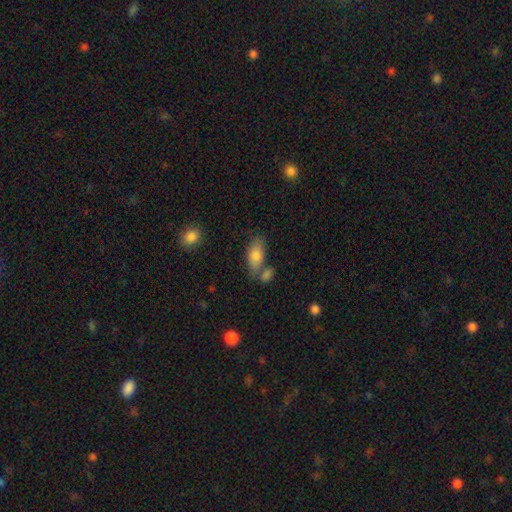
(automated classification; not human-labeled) smooth_or_featured: smooth (p=0.80) [alt: featured or disk p=0.12]
how_rounded: in between (p=0.86) [alt: cigar-shaped p=0.11]
merging: none (p=0.58) [alt: merger p=0.22]